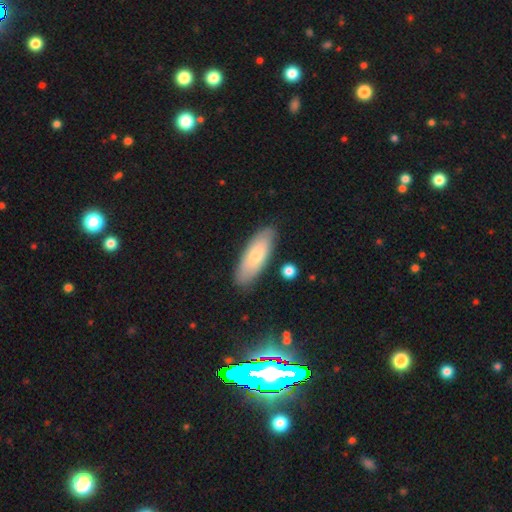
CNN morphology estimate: Overall: smooth (70%). How rounded: in between (67%; cigar-shaped 31%). Merging: none (84%).